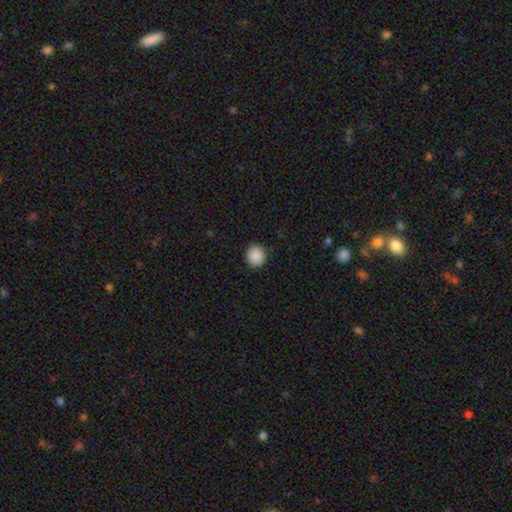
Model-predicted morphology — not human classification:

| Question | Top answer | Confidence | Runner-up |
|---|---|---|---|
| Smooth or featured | smooth | 89% | star or artifact (8%) |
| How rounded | round | 84% | in between (15%) |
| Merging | none | 90% | minor disturbance (7%) |